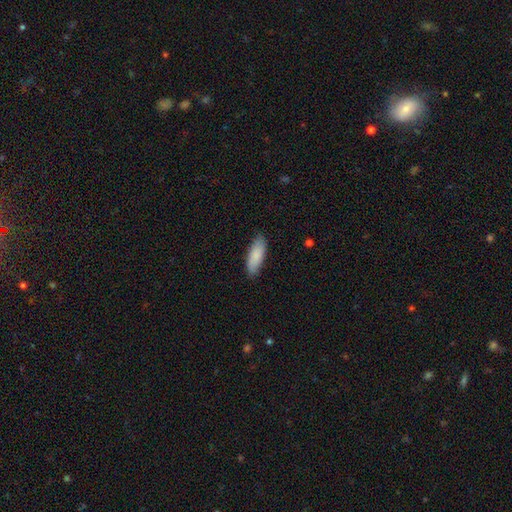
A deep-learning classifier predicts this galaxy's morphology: This appears to be a smooth galaxy with no disk features (85%) that is in between round and cigar-shaped (67%). Merging: none (84%).